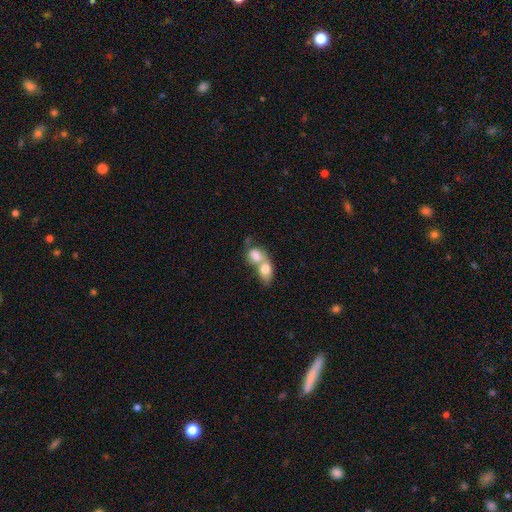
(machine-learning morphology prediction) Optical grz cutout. It shows a smooth galaxy with no disk features (76%) that is in between round and cigar-shaped (63%). Merging: merger (78%).